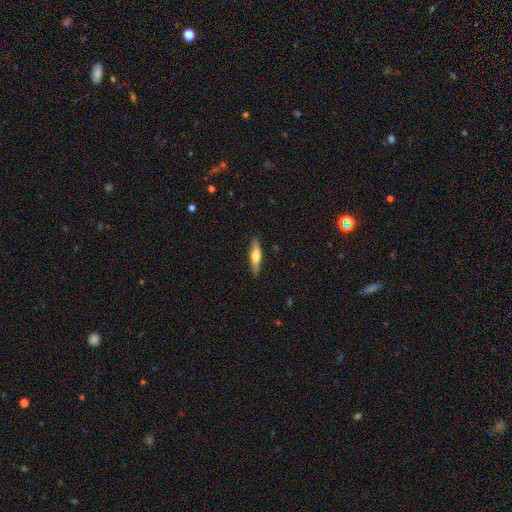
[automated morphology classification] Smooth or featured?
  - smooth: 55% *
  - featured or disk: 39%
  - star or artifact: 6%
How rounded?
  - cigar-shaped: 74% *
  - in between: 24%
  - round: 2%
Merging?
  - none: 86% *
  - minor disturbance: 10%
  - major disturbance: 2%
  - merger: 1%